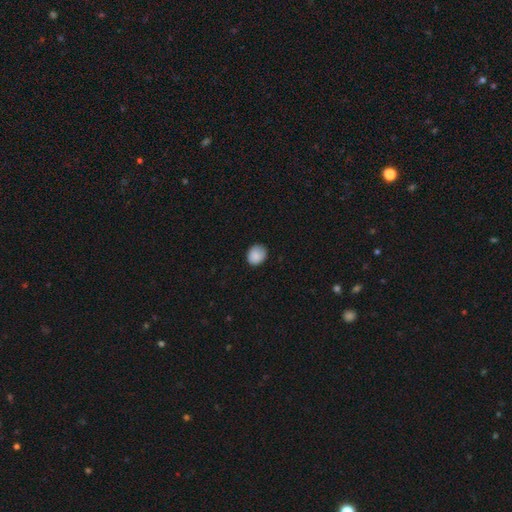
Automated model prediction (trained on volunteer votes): smooth 87%, star or artifact 8%, featured or disk 5%. Down the decision tree: how rounded — round (67%); merging — none (80%).